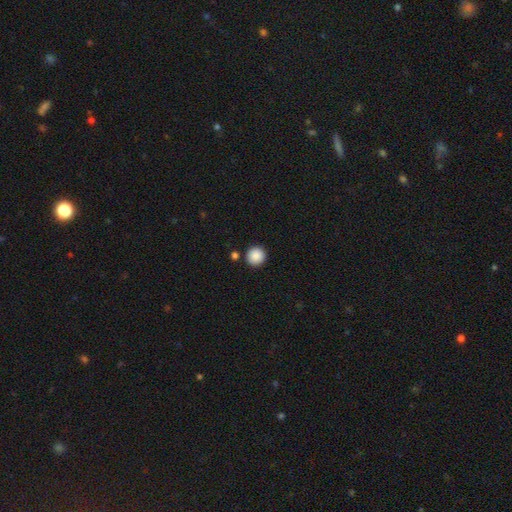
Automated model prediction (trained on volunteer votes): Morphology: type=smooth (89%); roundness=round (94%); merging=none (89%).